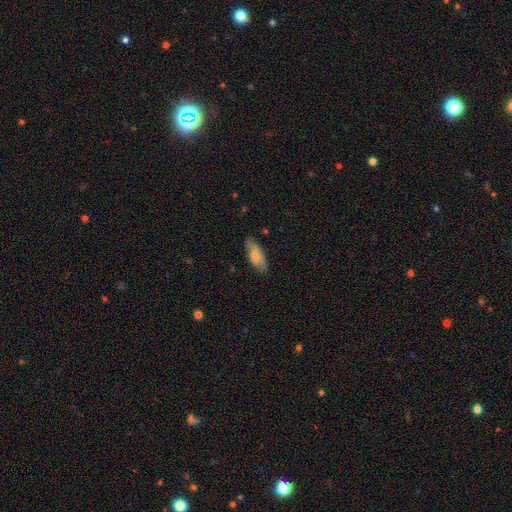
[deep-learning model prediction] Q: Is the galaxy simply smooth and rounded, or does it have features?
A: smooth — 72%.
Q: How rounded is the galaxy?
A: in between — 74%.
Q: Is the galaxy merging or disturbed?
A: none — 81%.